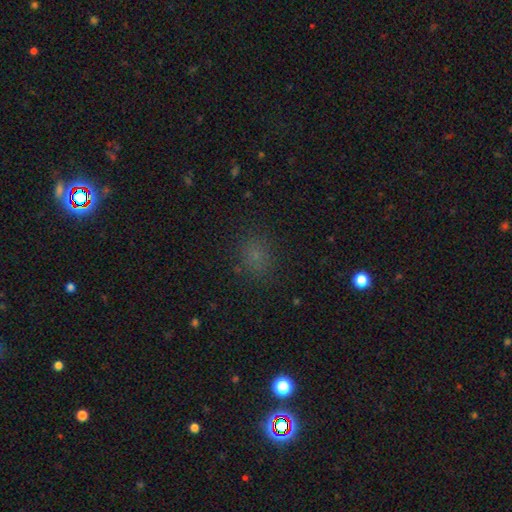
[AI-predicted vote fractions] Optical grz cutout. It shows a smooth galaxy with no disk features (69%) that is round (64%). Merging: none (83%).